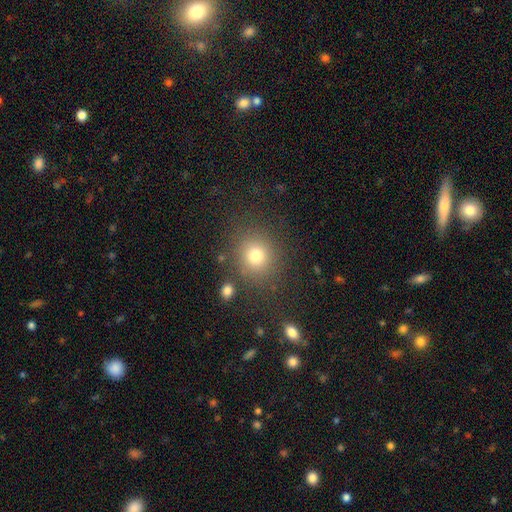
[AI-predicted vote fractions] This appears to be a smooth galaxy with no disk features (77%) that is round (83%). Merging: none (82%).